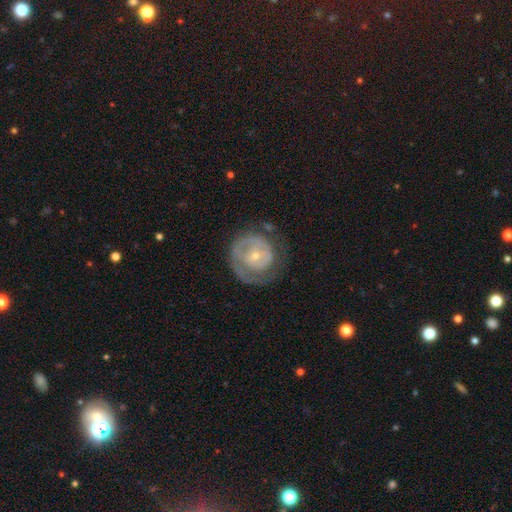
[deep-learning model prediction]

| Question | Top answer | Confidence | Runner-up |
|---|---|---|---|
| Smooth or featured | featured or disk | 70% | smooth (24%) |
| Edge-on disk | no | 97% | yes (3%) |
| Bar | no | 71% | weak (24%) |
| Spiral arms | yes | 70% | no (30%) |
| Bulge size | small | 71% | moderate (25%) |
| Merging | none | 55% | minor disturbance (22%) |